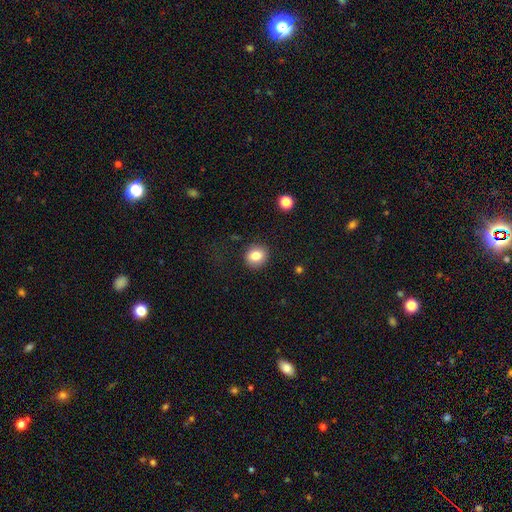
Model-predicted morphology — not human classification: Smooth or featured: smooth — 82% (star or artifact — 10%)
How rounded: round — 77% (in between — 22%)
Merging: none — 88% (minor disturbance — 8%)